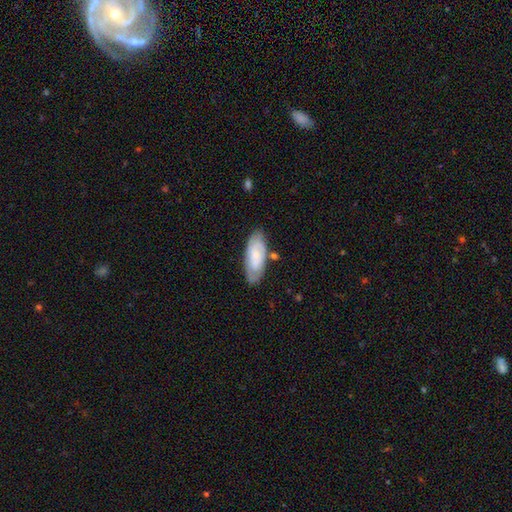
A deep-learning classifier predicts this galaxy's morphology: Overall: featured or disk (47%, tied with smooth). Merging: none (74%).